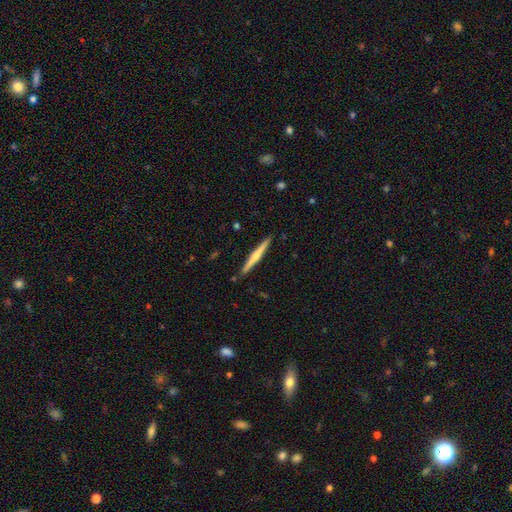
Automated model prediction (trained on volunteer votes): featured or disk 63%, smooth 31%, star or artifact 5%. Down the decision tree: edge-on disk — yes (98%); edge-on bulge — rounded (77%); merging — none (91%).